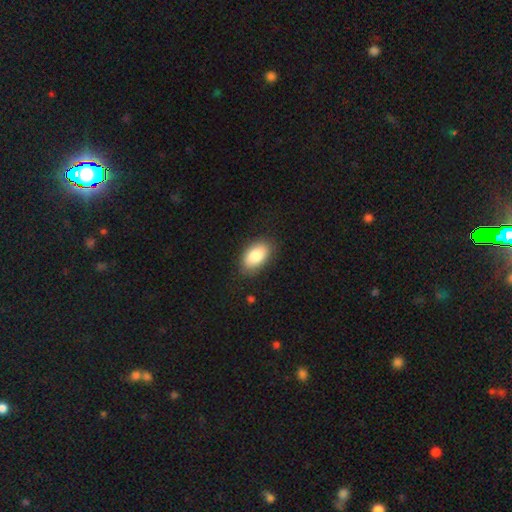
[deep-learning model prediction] Smooth or featured? smooth (84%)
How rounded? in between (93%)
Merging? none (84%)